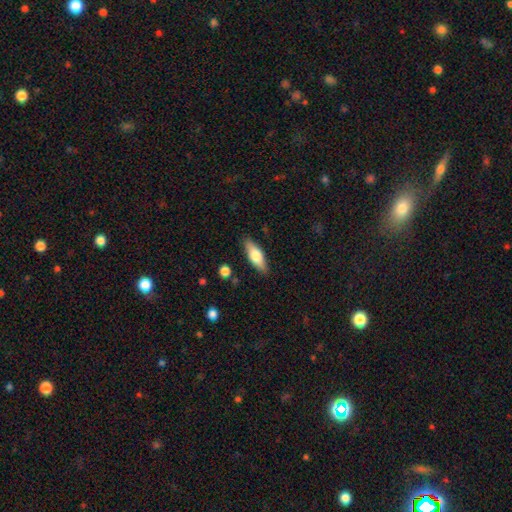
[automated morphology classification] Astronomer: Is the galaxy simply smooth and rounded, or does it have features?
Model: smooth — 67%.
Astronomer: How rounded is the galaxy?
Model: in between — 64%.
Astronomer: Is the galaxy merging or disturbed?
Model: none — 86%.